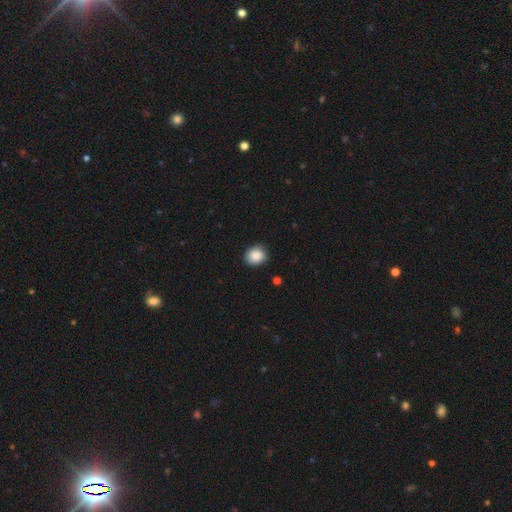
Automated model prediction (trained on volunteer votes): A smooth galaxy with no disk features (88%) that is round (70%).

Vote fractions:
- Smooth or featured? smooth: 88% / star or artifact: 8% / featured or disk: 4%
- How rounded? round: 70% / in between: 29% / cigar-shaped: 1%
- Merging? none: 85% / minor disturbance: 12% / major disturbance: 2% / merger: 1%